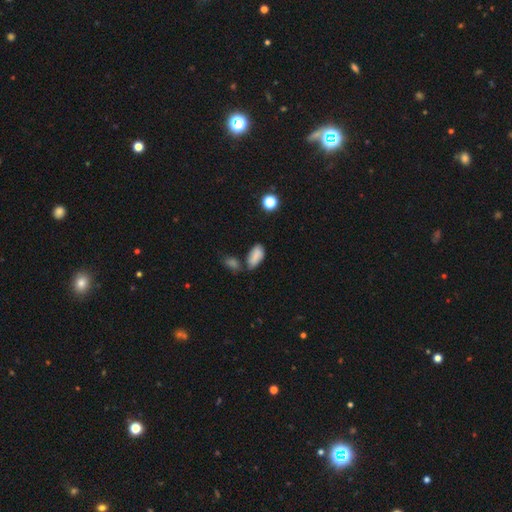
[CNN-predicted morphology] Smooth or featured?
  - smooth: 81% *
  - star or artifact: 10%
  - featured or disk: 9%
How rounded?
  - in between: 90% *
  - cigar-shaped: 6%
  - round: 4%
Merging?
  - none: 45% *
  - minor disturbance: 24%
  - merger: 23%
  - major disturbance: 8%